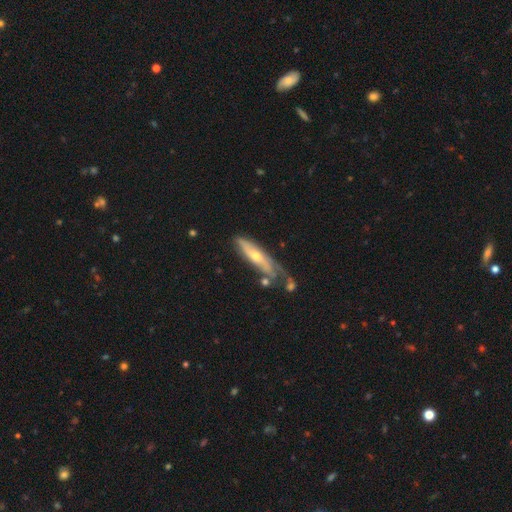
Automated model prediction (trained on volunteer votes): Morphology: type=featured or disk (60%); edge-on=no (50%, tied with yes); merging=none (37%).